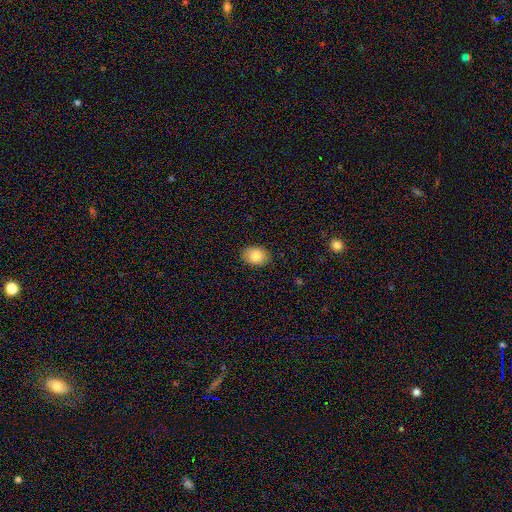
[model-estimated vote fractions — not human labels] smooth-or-featured: smooth: 85% | star or artifact: 8% | featured or disk: 7%
  how-rounded: in between: 72% | round: 27% | cigar-shaped: 1%
  merging: none: 87% | minor disturbance: 10% | major disturbance: 2% | merger: 1%